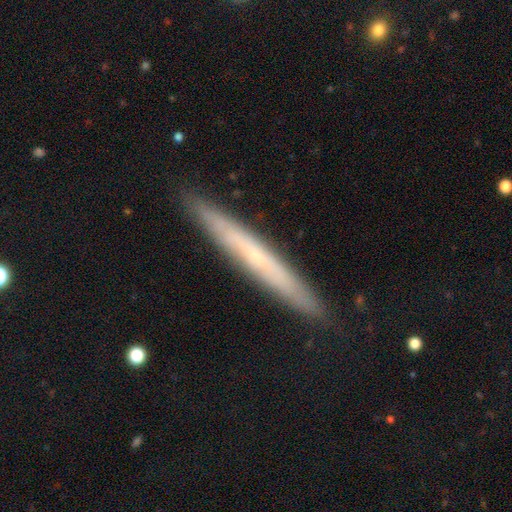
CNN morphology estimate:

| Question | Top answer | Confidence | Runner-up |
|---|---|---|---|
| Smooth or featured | featured or disk | 53% | smooth (40%) |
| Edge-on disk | yes | 91% | no (9%) |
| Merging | none | 90% | minor disturbance (8%) |